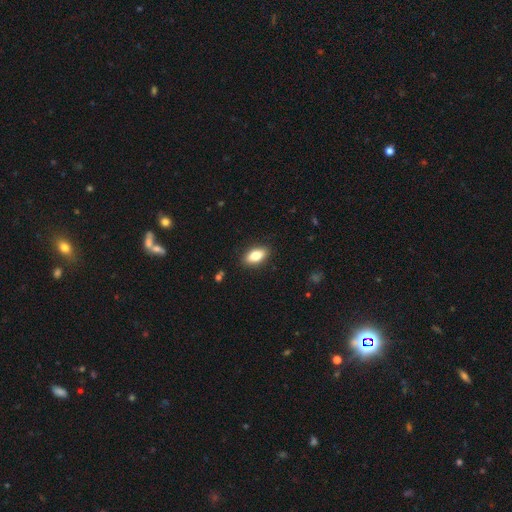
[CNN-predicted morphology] Smooth or featured?
  - smooth: 82% *
  - featured or disk: 10%
  - star or artifact: 7%
How rounded?
  - in between: 88% *
  - cigar-shaped: 8%
  - round: 4%
Merging?
  - none: 88% *
  - minor disturbance: 8%
  - major disturbance: 2%
  - merger: 1%